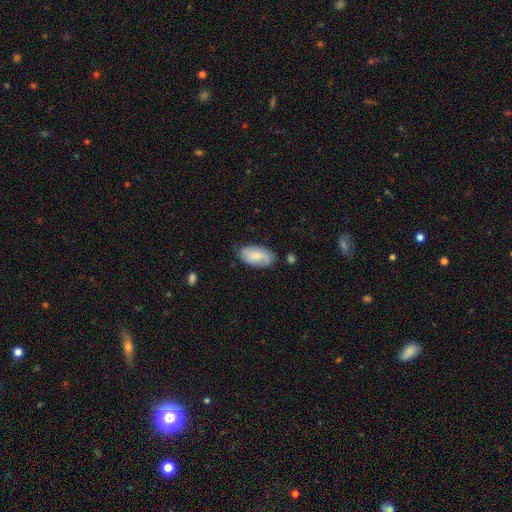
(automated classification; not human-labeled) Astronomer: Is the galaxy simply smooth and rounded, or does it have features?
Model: smooth — 62%.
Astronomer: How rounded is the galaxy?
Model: in between — 93%.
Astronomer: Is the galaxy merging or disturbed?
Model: none — 73%.